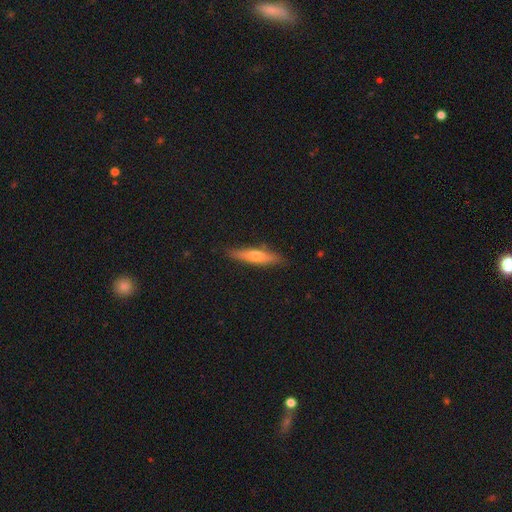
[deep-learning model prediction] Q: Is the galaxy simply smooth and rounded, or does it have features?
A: smooth — 52%.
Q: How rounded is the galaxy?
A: cigar-shaped — 79%.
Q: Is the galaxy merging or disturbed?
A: none — 83%.